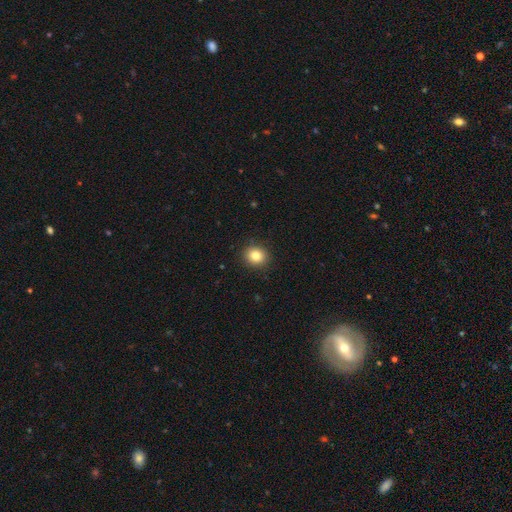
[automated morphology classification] Smooth or featured?
  - smooth: 83% *
  - star or artifact: 11%
  - featured or disk: 7%
How rounded?
  - round: 79% *
  - in between: 20%
  - cigar-shaped: 1%
Merging?
  - none: 91% *
  - minor disturbance: 6%
  - major disturbance: 2%
  - merger: 1%